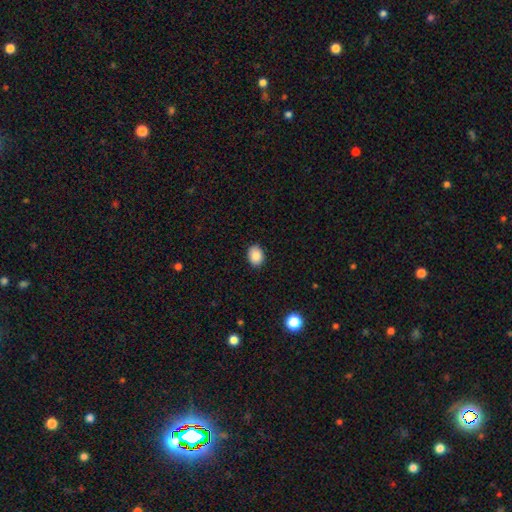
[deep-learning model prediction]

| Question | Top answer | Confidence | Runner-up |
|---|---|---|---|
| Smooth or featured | smooth | 88% | star or artifact (8%) |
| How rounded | in between | 66% | round (33%) |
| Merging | none | 88% | minor disturbance (9%) |